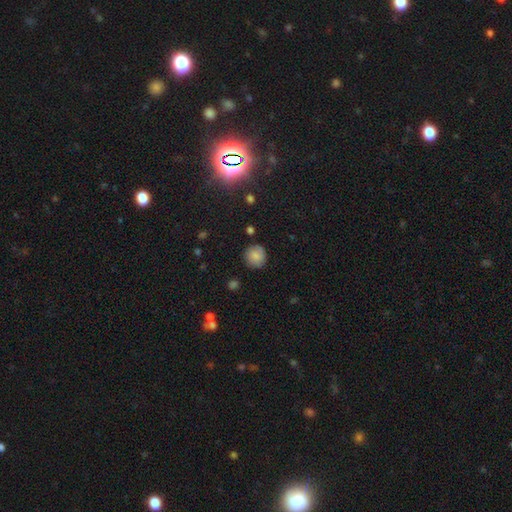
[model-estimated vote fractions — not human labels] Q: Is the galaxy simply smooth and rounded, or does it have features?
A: smooth — 80%.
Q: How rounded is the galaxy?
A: round — 90%.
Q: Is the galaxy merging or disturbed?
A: none — 82%.